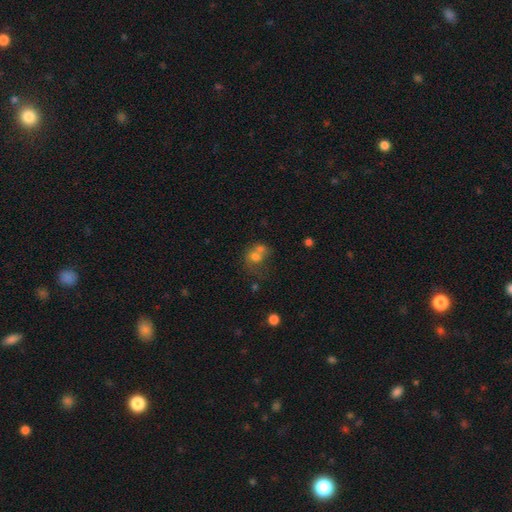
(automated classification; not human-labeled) smooth_or_featured: smooth (p=0.61) [alt: featured or disk p=0.24]
how_rounded: round (p=0.62) [alt: in between p=0.36]
merging: merger (p=0.58) [alt: none p=0.23]